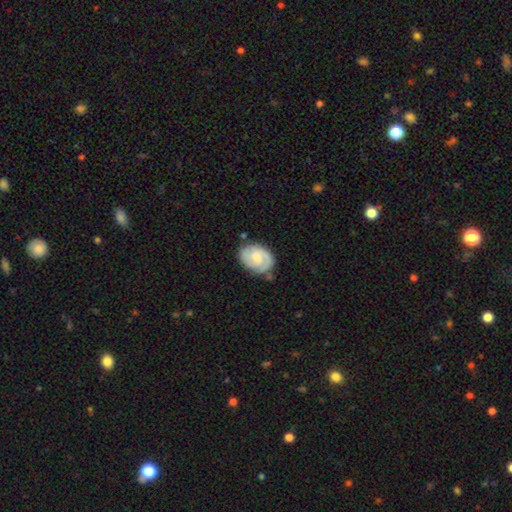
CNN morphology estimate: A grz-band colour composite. It shows a featured or disk galaxy (66%) with no bar (57%), 2 (62%) tight (57%) spiral arms (92%) and a small central bulge (45%). Merging: none (72%).